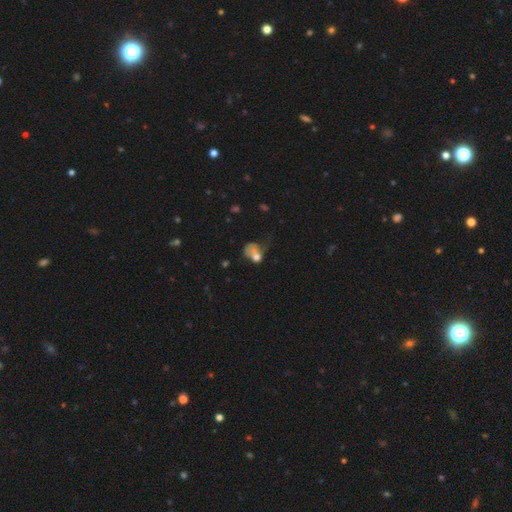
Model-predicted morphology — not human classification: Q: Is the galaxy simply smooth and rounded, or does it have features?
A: smooth — 56%.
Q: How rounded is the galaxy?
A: in between — 56%.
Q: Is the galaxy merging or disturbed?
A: major disturbance — 48%.